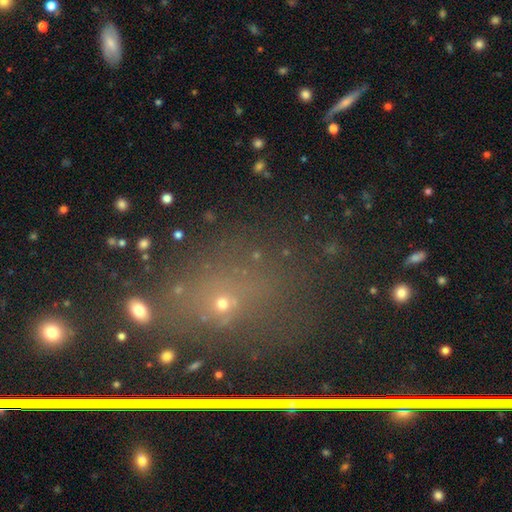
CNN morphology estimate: A star or artifact, not a galaxy (42%, tied with smooth).

Vote fractions:
- Smooth or featured? star or artifact: 42% (tied) / smooth: 42% (tied) / featured or disk: 16%